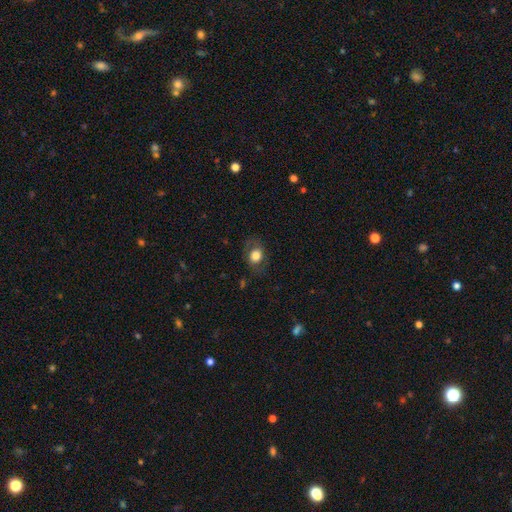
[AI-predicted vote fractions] The model was most divided on "how rounded": in between: 58%, round: 41%, cigar-shaped: 1%. More confident: merging — none (73%); smooth or featured — smooth (68%).